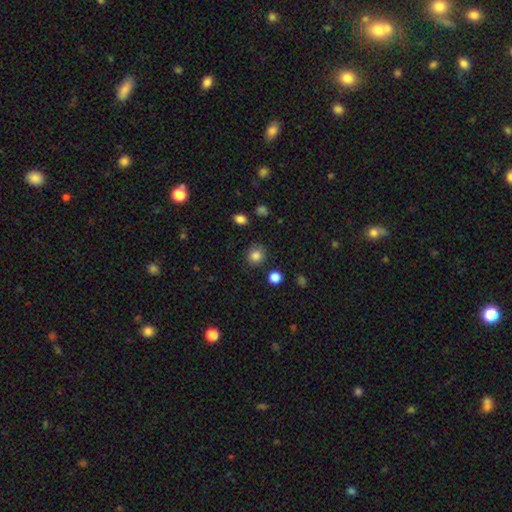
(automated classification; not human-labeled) Smooth or featured: smooth — 85% (star or artifact — 11%)
How rounded: round — 88% (in between — 12%)
Merging: none — 86% (minor disturbance — 9%)